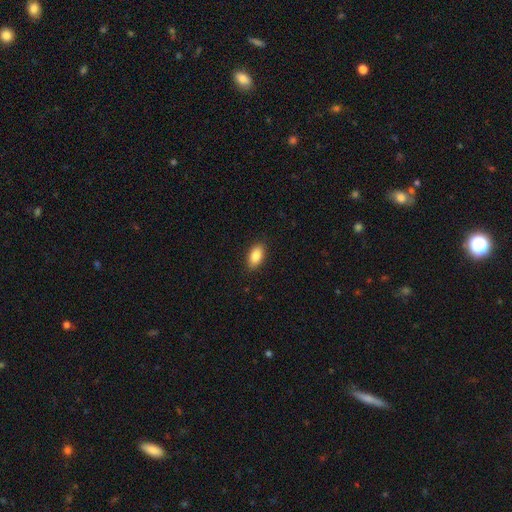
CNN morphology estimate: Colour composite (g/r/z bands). It shows a smooth galaxy with no disk features (88%) that is in between round and cigar-shaped (93%). Merging: none (88%).